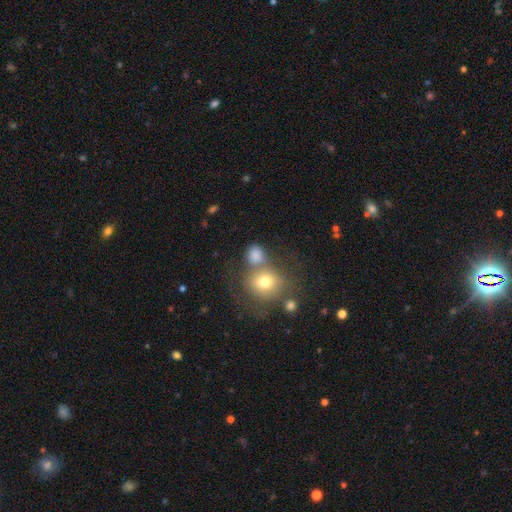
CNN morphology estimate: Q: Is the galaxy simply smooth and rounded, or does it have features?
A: smooth — 76%.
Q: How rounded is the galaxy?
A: round — 72%.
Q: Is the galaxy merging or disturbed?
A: none — 44%.